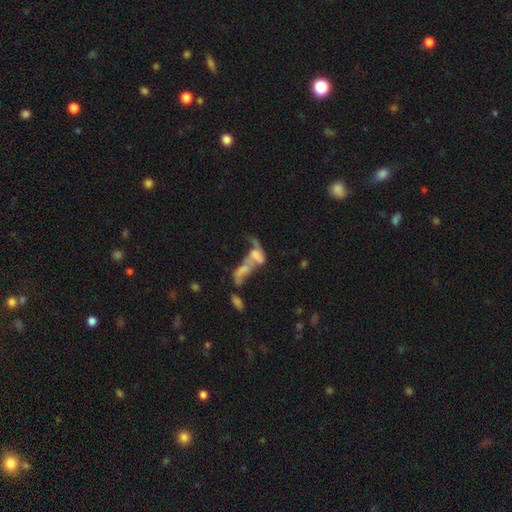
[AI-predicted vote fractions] Smooth or featured?
  - featured or disk: 48% *
  - smooth: 38%
  - star or artifact: 14%
Merging?
  - merger: 70% *
  - major disturbance: 16%
  - none: 9%
  - minor disturbance: 5%